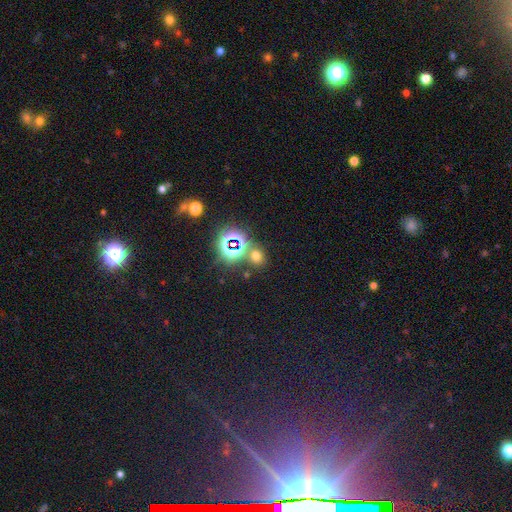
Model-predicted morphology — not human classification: Overall: smooth (54%; star or artifact 38%). How rounded: round (72%). Merging: none (74%).